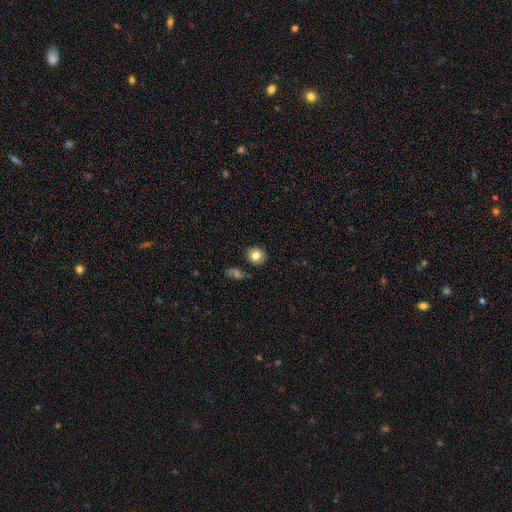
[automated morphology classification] smooth_or_featured: smooth (p=0.80) [alt: featured or disk p=0.10]
how_rounded: round (p=0.87) [alt: in between p=0.12]
merging: none (p=0.86) [alt: minor disturbance p=0.09]